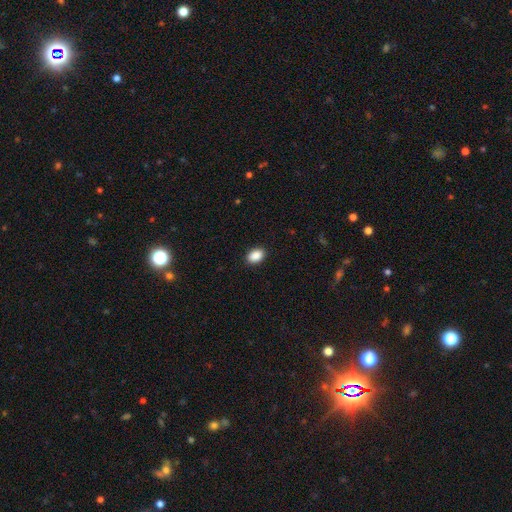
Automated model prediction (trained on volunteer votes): smooth-or-featured: smooth: 90% | star or artifact: 8% | featured or disk: 3%
  how-rounded: in between: 84% | round: 15% | cigar-shaped: 1%
  merging: none: 90% | minor disturbance: 7% | major disturbance: 2% | merger: 1%